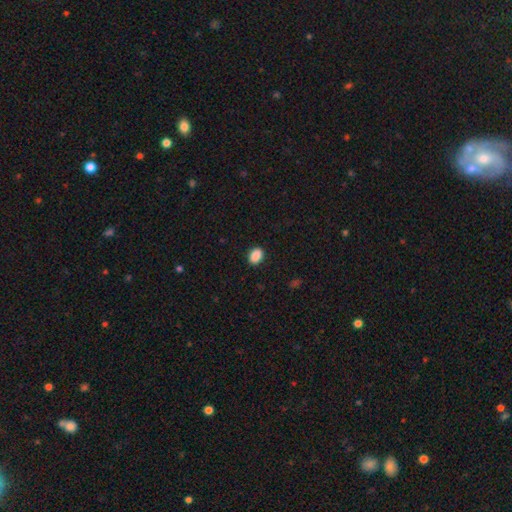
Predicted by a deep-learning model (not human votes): Smooth or featured?
  - smooth: 89% *
  - star or artifact: 8%
  - featured or disk: 2%
How rounded?
  - in between: 74% *
  - round: 25%
  - cigar-shaped: 1%
Merging?
  - none: 90% *
  - minor disturbance: 7%
  - major disturbance: 2%
  - merger: 1%